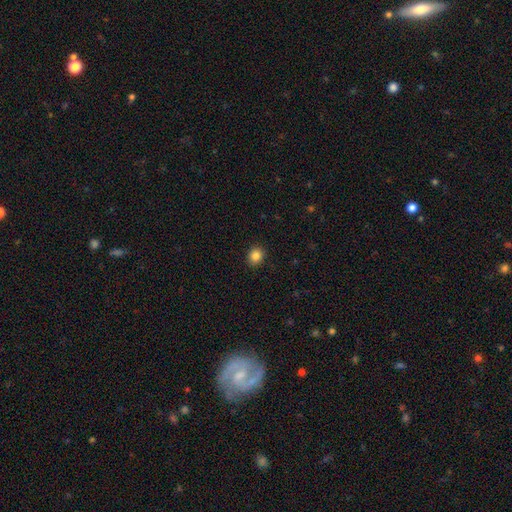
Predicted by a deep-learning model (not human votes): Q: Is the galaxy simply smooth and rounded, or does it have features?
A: smooth — 85%.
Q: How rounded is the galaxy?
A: round — 75%.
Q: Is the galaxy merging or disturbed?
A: none — 91%.